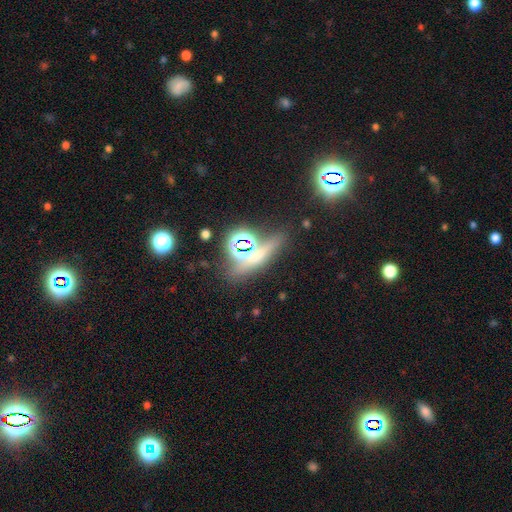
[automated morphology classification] A star or artifact, not a galaxy (41%).

Vote fractions:
- Smooth or featured? star or artifact: 41% / smooth: 36% / featured or disk: 22%